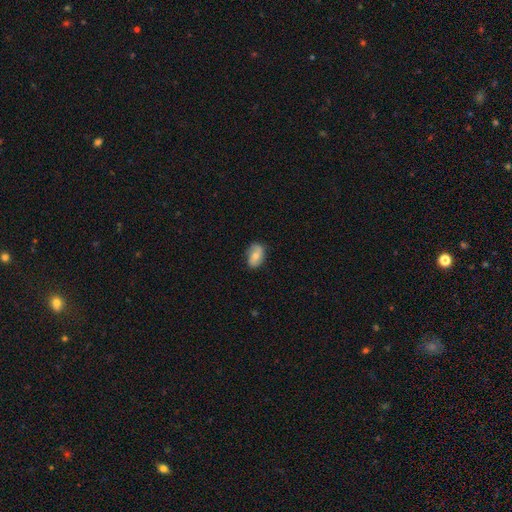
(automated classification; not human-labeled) Smooth or featured? Predicted: smooth (p=0.58). How rounded? Predicted: in between (p=0.87). Merging? Predicted: none (p=0.72).